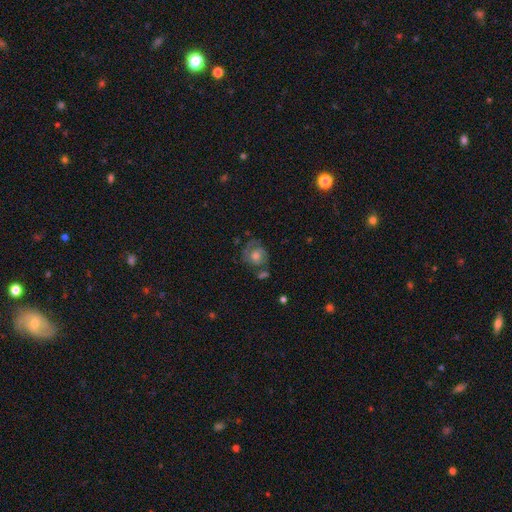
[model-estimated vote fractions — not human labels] Smooth or featured: featured or disk — 70% (smooth — 21%)
Edge-on disk: no — 97% (yes — 3%)
Bar: no — 75% (weak — 21%)
Spiral arms: yes — 89% (no — 11%)
Spiral winding: tight — 56% (medium — 34%)
Spiral arm count: 2 — 66% (can't tell — 15%)
Bulge size: moderate — 60% (small — 17%)
Merging: none — 64% (minor disturbance — 18%)